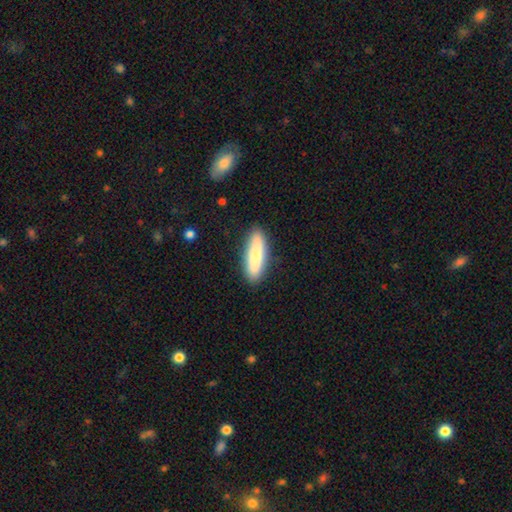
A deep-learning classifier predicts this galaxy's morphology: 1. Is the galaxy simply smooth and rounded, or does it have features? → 78% smooth, 16% featured or disk, 6% star or artifact.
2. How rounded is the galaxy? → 66% cigar-shaped, 33% in between, 2% round.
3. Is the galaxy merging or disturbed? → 88% none, 8% minor disturbance, 2% major disturbance, 1% merger.